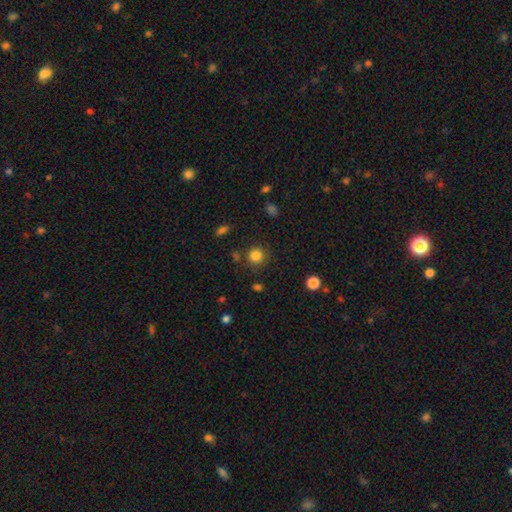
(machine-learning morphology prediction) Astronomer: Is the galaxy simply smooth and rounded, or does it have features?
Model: smooth — 83%.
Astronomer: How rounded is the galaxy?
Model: round — 92%.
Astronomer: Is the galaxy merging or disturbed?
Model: none — 85%.